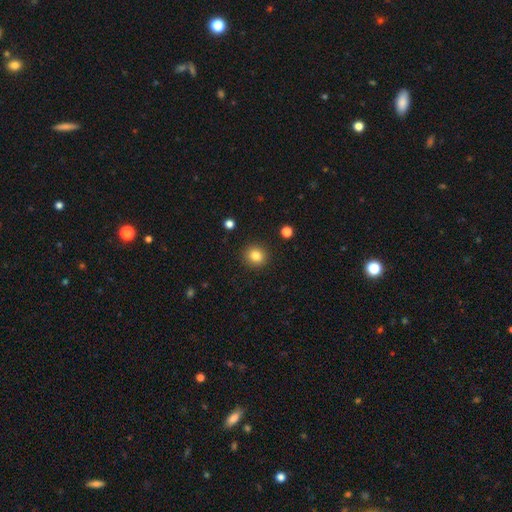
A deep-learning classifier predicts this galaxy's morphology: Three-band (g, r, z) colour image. It shows a smooth galaxy with no disk features (83%) that is round (87%). Merging: none (91%).